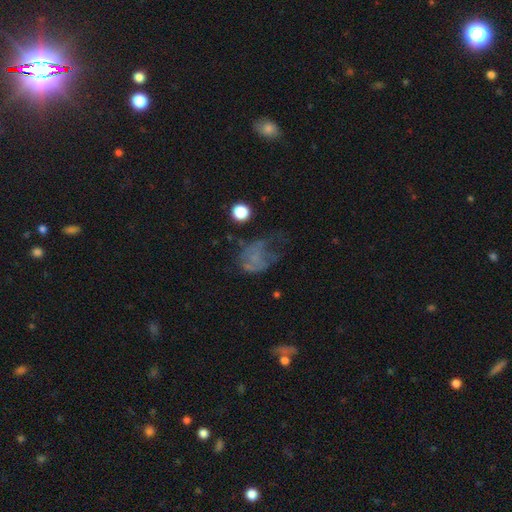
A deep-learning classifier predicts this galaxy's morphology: This appears to be a smooth galaxy with no disk features (40%, tied with featured or disk). Merging: major disturbance (48%).